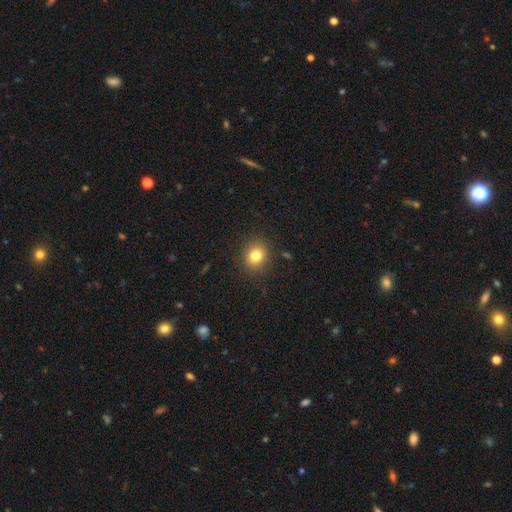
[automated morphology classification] A smooth galaxy with no disk features (81%) that is round (76%). Merging: none (88%).